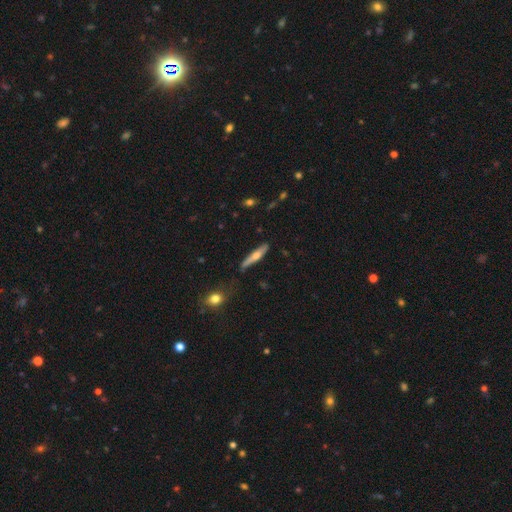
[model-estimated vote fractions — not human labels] Smooth or featured?
  - featured or disk: 48% *
  - smooth: 46%
  - star or artifact: 6%
Merging?
  - none: 74% *
  - minor disturbance: 19%
  - major disturbance: 4%
  - merger: 3%